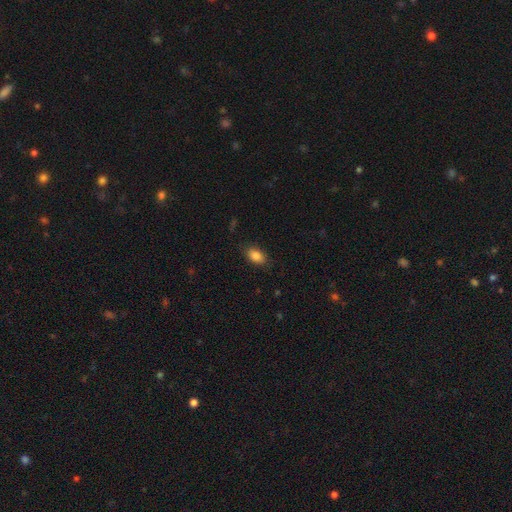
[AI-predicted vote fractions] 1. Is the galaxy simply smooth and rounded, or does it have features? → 86% smooth, 8% star or artifact, 6% featured or disk.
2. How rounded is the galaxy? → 89% in between, 8% round, 3% cigar-shaped.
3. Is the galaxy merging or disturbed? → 82% none, 13% minor disturbance, 3% major disturbance, 1% merger.